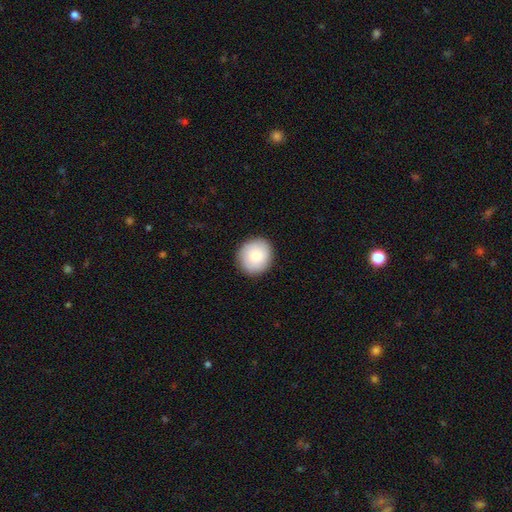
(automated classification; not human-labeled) smooth-or-featured: smooth: 83% | featured or disk: 11% | star or artifact: 7%
  how-rounded: round: 85% | in between: 14% | cigar-shaped: 1%
  merging: none: 90% | minor disturbance: 7% | major disturbance: 2% | merger: 1%